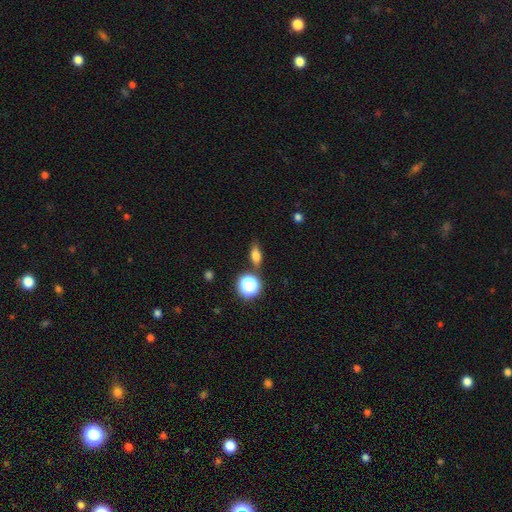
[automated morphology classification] Smooth or featured?
  - smooth: 73% *
  - star or artifact: 15%
  - featured or disk: 13%
How rounded?
  - in between: 66% *
  - round: 20%
  - cigar-shaped: 14%
Merging?
  - none: 76% *
  - minor disturbance: 15%
  - merger: 5%
  - major disturbance: 4%